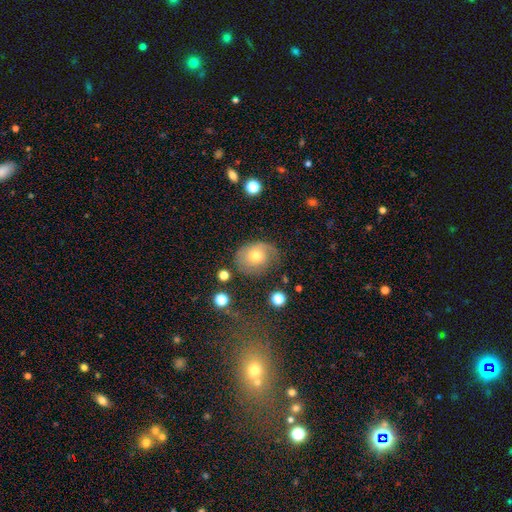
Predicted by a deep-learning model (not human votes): Smooth or featured?
  - smooth: 48% *
  - featured or disk: 42%
  - star or artifact: 10%
Merging?
  - none: 59% *
  - minor disturbance: 26%
  - major disturbance: 12%
  - merger: 3%